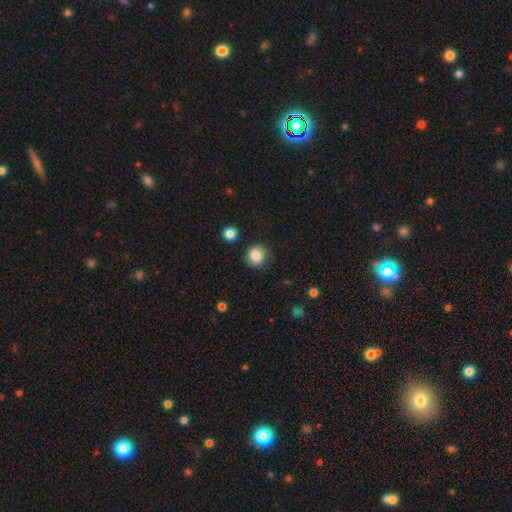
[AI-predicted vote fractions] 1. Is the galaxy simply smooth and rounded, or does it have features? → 86% smooth, 10% star or artifact, 5% featured or disk.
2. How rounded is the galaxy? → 91% round, 8% in between, 1% cigar-shaped.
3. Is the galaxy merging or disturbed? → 88% none, 8% minor disturbance, 2% major disturbance, 2% merger.